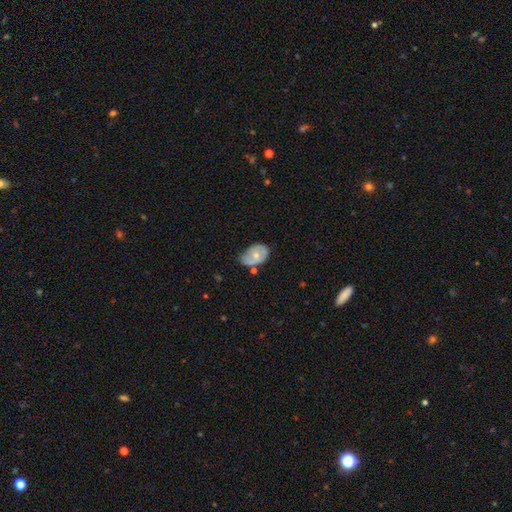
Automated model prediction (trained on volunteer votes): Smooth or featured? Predicted: smooth (p=0.49). Merging? Predicted: minor disturbance (p=0.43).